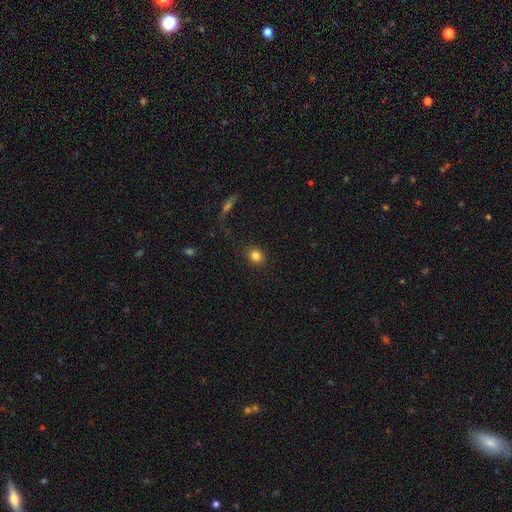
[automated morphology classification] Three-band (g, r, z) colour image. It shows a smooth galaxy with no disk features (83%) that is round (80%). Merging: none (89%).